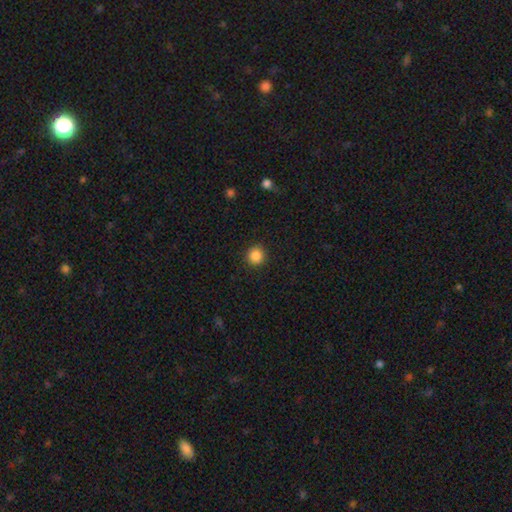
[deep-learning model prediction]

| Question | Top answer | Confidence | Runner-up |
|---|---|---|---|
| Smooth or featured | smooth | 87% | star or artifact (10%) |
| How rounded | round | 94% | in between (5%) |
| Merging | none | 91% | minor disturbance (6%) |